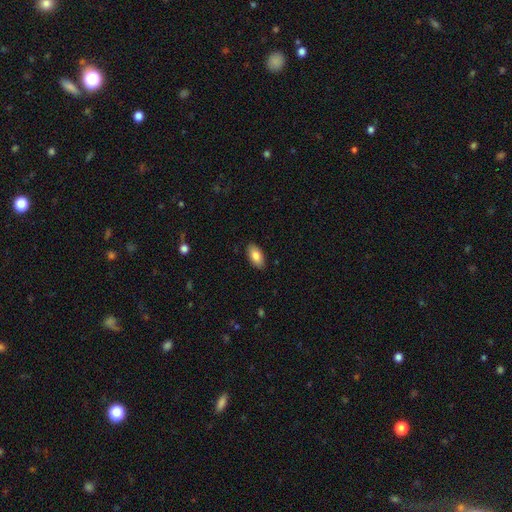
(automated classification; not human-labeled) smooth 83%, featured or disk 10%, star or artifact 6%. Down the decision tree: how rounded — in between (94%); merging — none (88%).